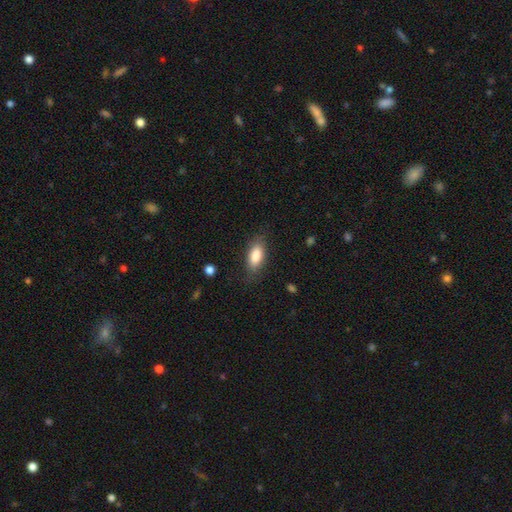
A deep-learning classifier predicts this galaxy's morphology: A smooth galaxy with no disk features (84%) that is in between round and cigar-shaped (84%). Merging: none (80%).